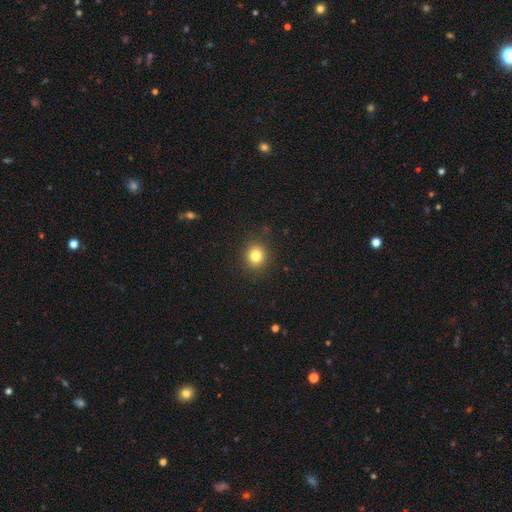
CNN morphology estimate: A smooth galaxy with no disk features (82%) that is round (82%).

Vote fractions:
- Smooth or featured? smooth: 82% / star or artifact: 12% / featured or disk: 6%
- How rounded? round: 82% / in between: 17% / cigar-shaped: 1%
- Merging? none: 89% / minor disturbance: 7% / major disturbance: 2% / merger: 1%